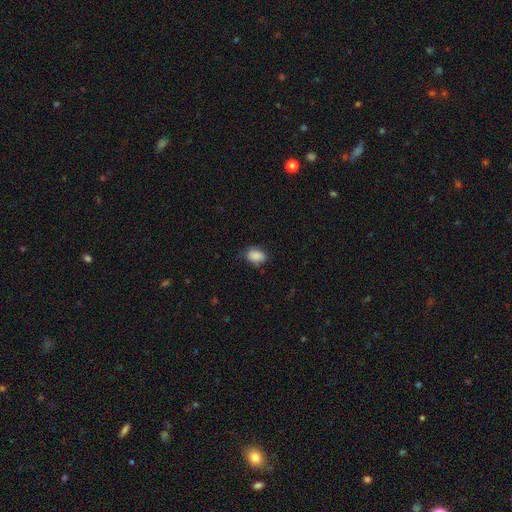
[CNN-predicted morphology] This appears to be a smooth galaxy with no disk features (88%) that is in between round and cigar-shaped (81%). Merging: none (74%).